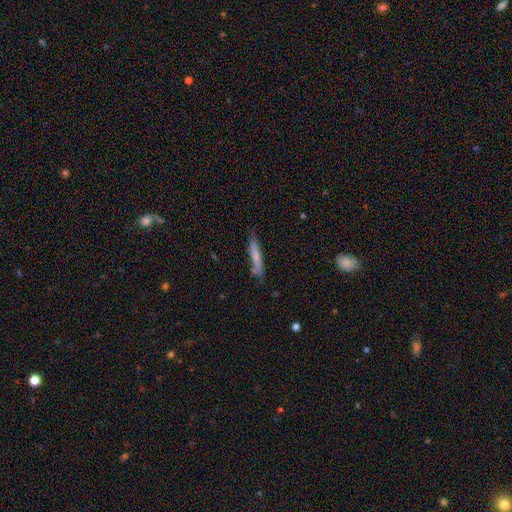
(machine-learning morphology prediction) A smooth galaxy with no disk features (70%) that is cigar-shaped (92%). Merging: none (72%).